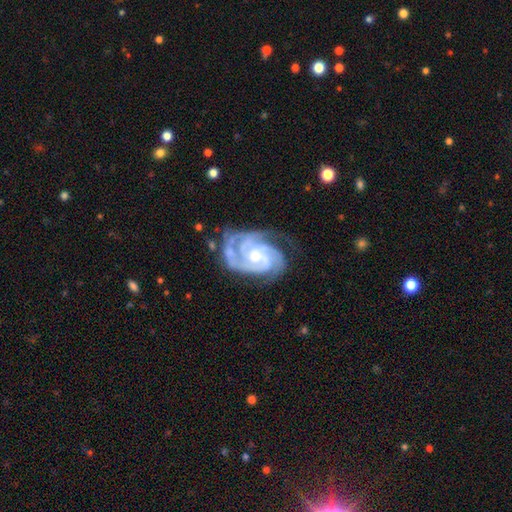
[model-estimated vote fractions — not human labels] Smooth or featured? Predicted: featured or disk (p=0.92). Edge-on disk? Predicted: no (p=0.98). Bar? Predicted: no (p=0.63). Spiral arms? Predicted: yes (p=0.98). Spiral winding? Predicted: tight (p=0.64). Spiral arm count? Predicted: 3 (p=0.49). Bulge size? Predicted: moderate (p=0.53). Merging? Predicted: none (p=0.60).